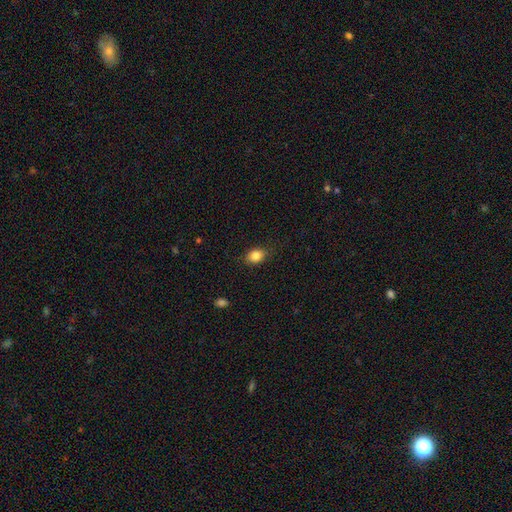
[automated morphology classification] Q: Smooth or featured?
A: smooth (85%); runner-up: star or artifact (9%)
Q: How rounded?
A: in between (64%); runner-up: round (35%)
Q: Merging?
A: none (82%); runner-up: minor disturbance (14%)